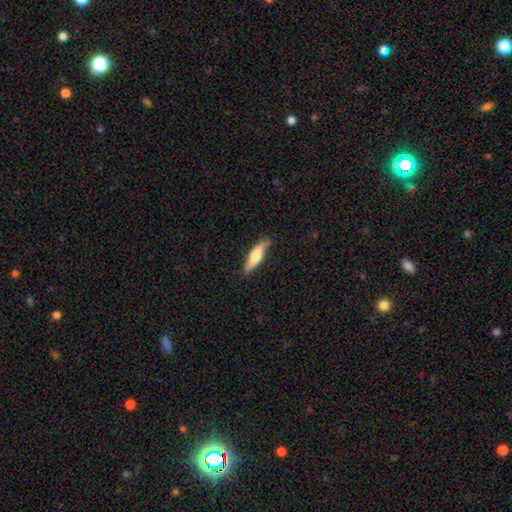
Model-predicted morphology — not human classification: A smooth galaxy with no disk features (64%) that is cigar-shaped (74%). Merging: none (83%).